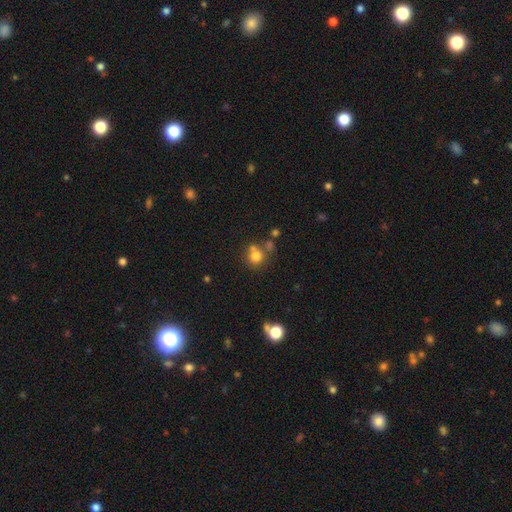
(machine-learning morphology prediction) Overall: smooth (75%). How rounded: round (84%). Merging: none (52%; merger 31%).